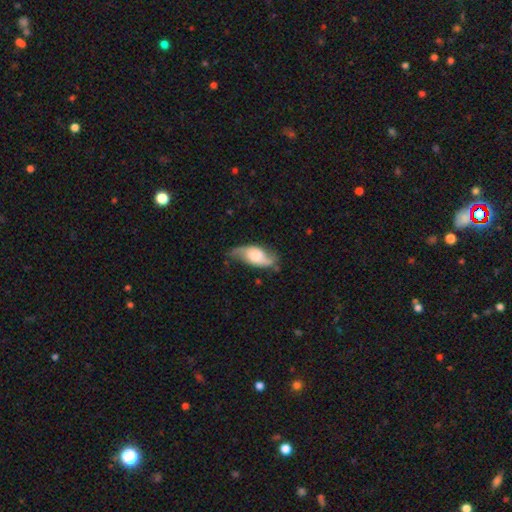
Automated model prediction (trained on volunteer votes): Morphology: type=featured or disk (61%); edge-on=no (88%); bar=no (59%); spiral arms=yes (88%); bulge=moderate (35%); merging=none (59%).